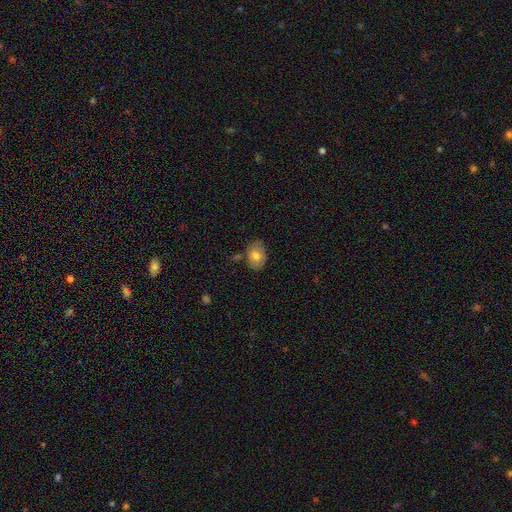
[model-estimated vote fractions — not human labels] smooth 77%, featured or disk 16%, star or artifact 7%. Down the decision tree: how rounded — in between (78%); merging — none (75%).